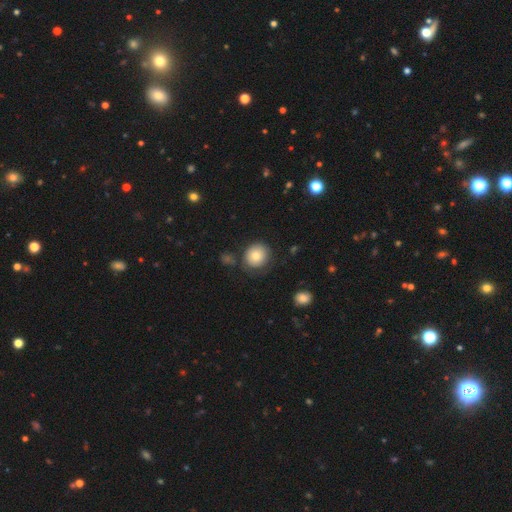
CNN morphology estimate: Smooth or featured? smooth (78%)
How rounded? round (89%)
Merging? none (70%)